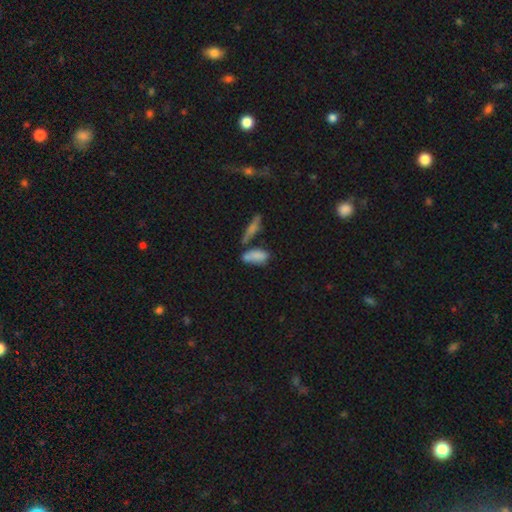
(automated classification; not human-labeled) Q: Smooth or featured?
A: smooth (77%); runner-up: featured or disk (13%)
Q: How rounded?
A: in between (76%); runner-up: cigar-shaped (20%)
Q: Merging?
A: none (43%); runner-up: merger (30%)